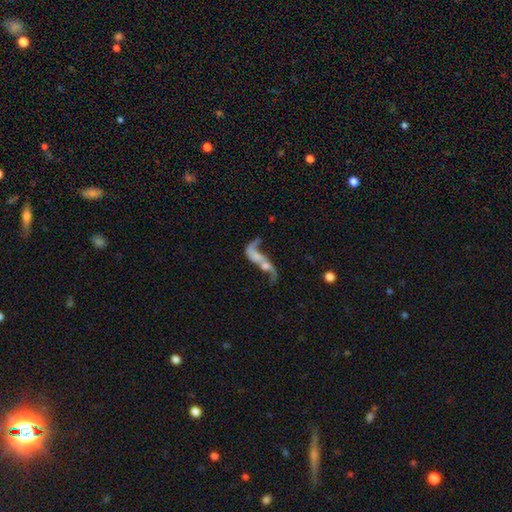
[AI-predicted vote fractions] Smooth or featured: featured or disk — 74% (smooth — 17%)
Edge-on disk: no — 91% (yes — 9%)
Bar: no — 62% (weak — 27%)
Spiral arms: yes — 79% (no — 21%)
Spiral winding: loose — 92% (medium — 6%)
Spiral arm count: 2 — 81% (1 — 13%)
Bulge size: small — 32% (none — 30%)
Merging: merger — 33% (none — 30%)